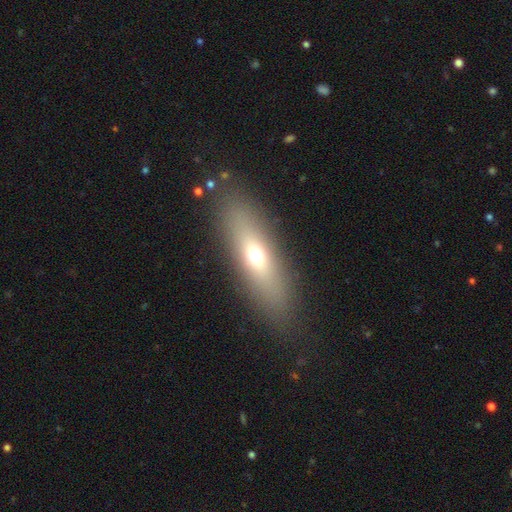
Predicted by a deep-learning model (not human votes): smooth-or-featured: smooth: 59% | featured or disk: 32% | star or artifact: 10%
  how-rounded: cigar-shaped: 55% | in between: 42% | round: 3%
  merging: none: 86% | minor disturbance: 9% | major disturbance: 4% | merger: 1%